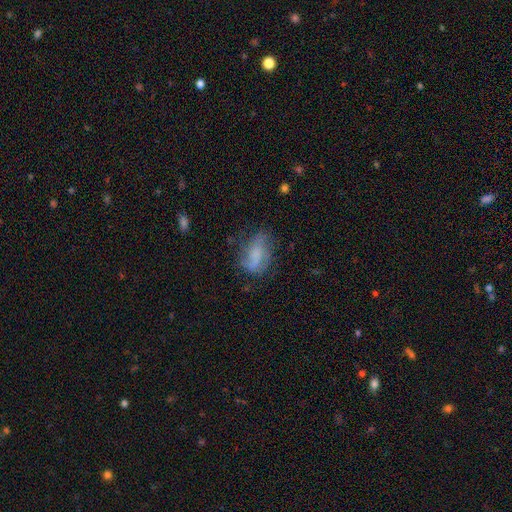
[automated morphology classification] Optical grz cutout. It shows a smooth galaxy with no disk features (51%) that is in between round and cigar-shaped (83%). Merging: none (48%).